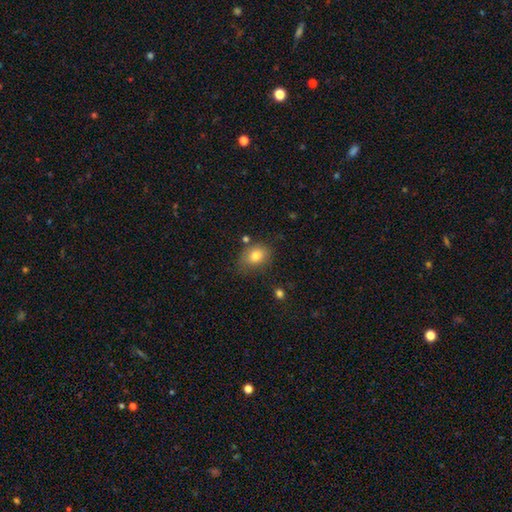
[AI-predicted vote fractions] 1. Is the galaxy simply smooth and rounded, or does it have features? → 79% smooth, 11% featured or disk, 10% star or artifact.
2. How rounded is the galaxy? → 63% in between, 36% round, 1% cigar-shaped.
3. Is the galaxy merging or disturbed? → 67% none, 22% minor disturbance, 6% major disturbance, 5% merger.